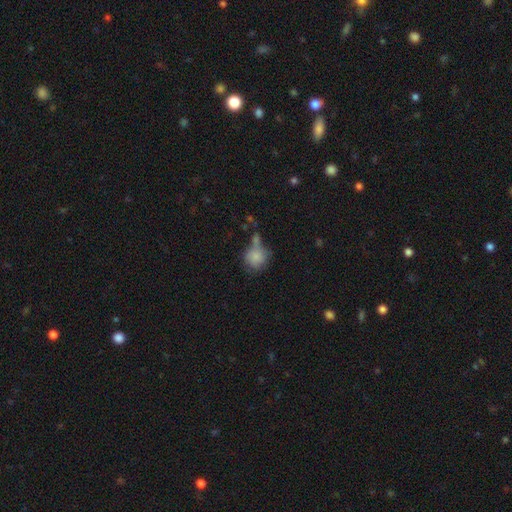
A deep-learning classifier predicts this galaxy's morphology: A smooth galaxy with no disk features (79%) that is round (76%).

Vote fractions:
- Smooth or featured? smooth: 79% / featured or disk: 13% / star or artifact: 9%
- How rounded? round: 76% / in between: 23% / cigar-shaped: 1%
- Merging? none: 39% / merger: 24% / minor disturbance: 23% / major disturbance: 14%